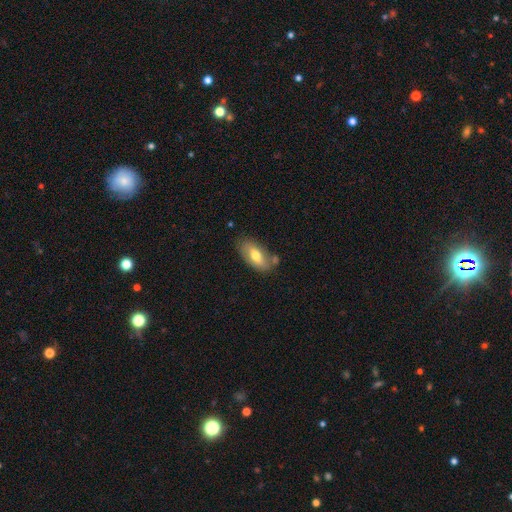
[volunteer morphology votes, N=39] A smooth galaxy with no disk features (69%) that is in between round and cigar-shaped (93%).

Vote fractions:
- Smooth or featured? smooth: 69% / featured or disk: 26% / star or artifact: 5%
- How rounded? in between: 93% / cigar-shaped: 7% / round: 0%
- Merging? none: 49% / minor disturbance: 35% / merger: 16% / major disturbance: 0%